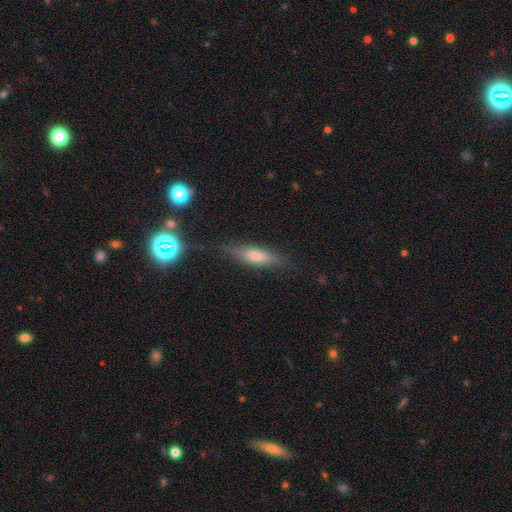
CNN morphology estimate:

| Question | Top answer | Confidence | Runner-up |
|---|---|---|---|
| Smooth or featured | smooth | 53% | featured or disk (35%) |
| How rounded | cigar-shaped | 65% | in between (31%) |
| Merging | none | 76% | minor disturbance (16%) |